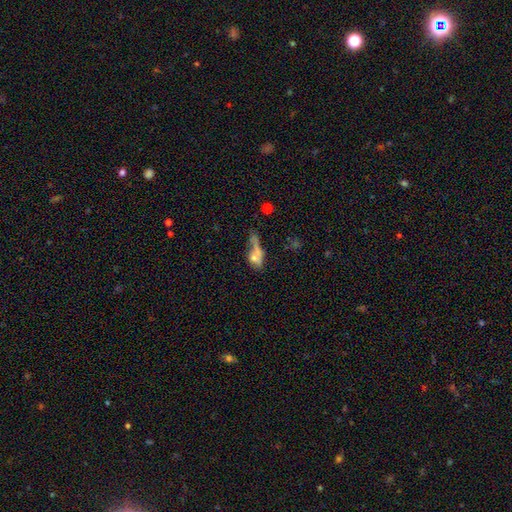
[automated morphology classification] type=smooth (57%); roundness=in between (60%); merging=merger (30%).